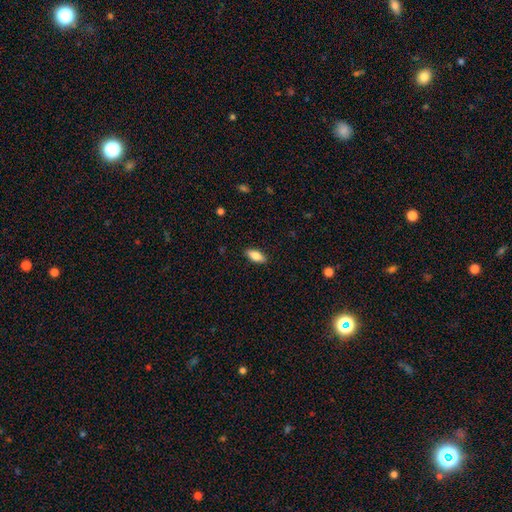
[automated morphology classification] Q: Smooth or featured?
A: smooth (81%); runner-up: featured or disk (12%)
Q: How rounded?
A: in between (83%); runner-up: cigar-shaped (15%)
Q: Merging?
A: none (89%); runner-up: minor disturbance (8%)